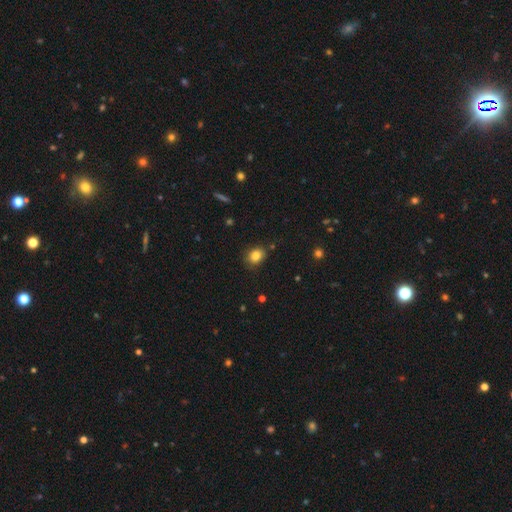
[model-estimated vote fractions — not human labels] Smooth or featured?
  - smooth: 83% *
  - star or artifact: 11%
  - featured or disk: 6%
How rounded?
  - round: 56% *
  - in between: 43%
  - cigar-shaped: 1%
Merging?
  - none: 83% *
  - minor disturbance: 13%
  - major disturbance: 3%
  - merger: 2%